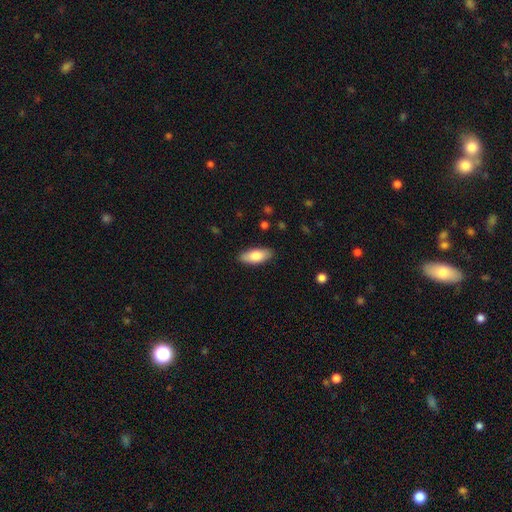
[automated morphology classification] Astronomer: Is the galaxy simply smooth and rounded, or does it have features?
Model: smooth — 77%.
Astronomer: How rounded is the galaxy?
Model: in between — 80%.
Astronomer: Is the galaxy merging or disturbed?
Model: none — 88%.